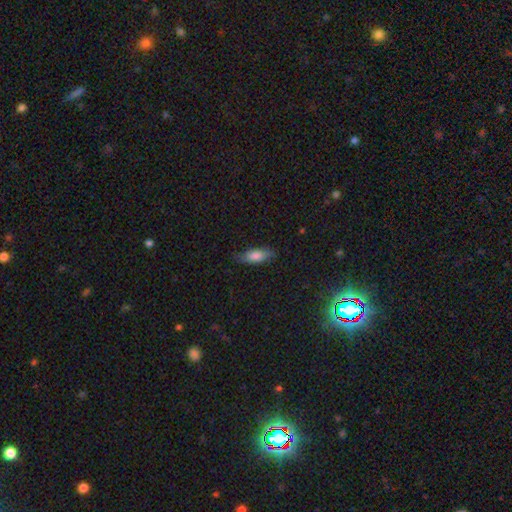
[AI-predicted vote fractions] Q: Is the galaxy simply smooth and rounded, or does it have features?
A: smooth — 74%.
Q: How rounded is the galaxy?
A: in between — 64%.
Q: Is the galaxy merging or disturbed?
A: none — 74%.